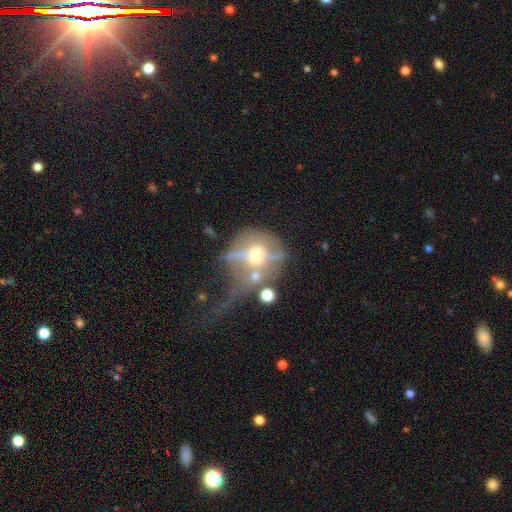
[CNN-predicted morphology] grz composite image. It shows a featured or disk galaxy (51%). Merging: major disturbance (38%).